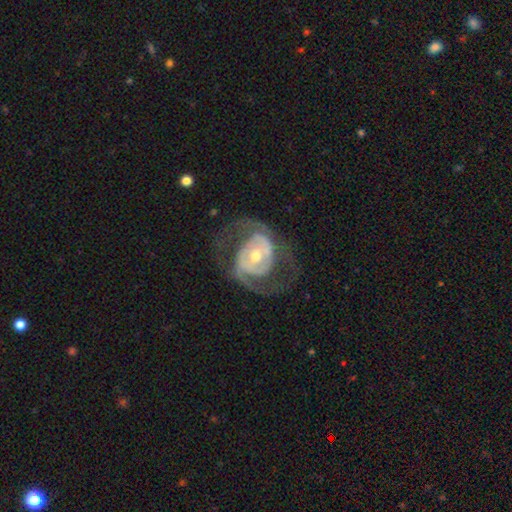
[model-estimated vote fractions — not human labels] smooth_or_featured: featured or disk (p=0.86) [alt: smooth p=0.09]
disk_edge_on: no (p=0.97) [alt: yes p=0.03]
bar: no (p=0.46) [alt: weak p=0.34]
has_spiral_arms: yes (p=0.88) [alt: no p=0.12]
spiral_winding: medium (p=0.49) [alt: tight p=0.31]
spiral_arm_count: 2 (p=0.79) [alt: can't tell p=0.09]
bulge_size: moderate (p=0.57) [alt: small p=0.37]
merging: none (p=0.61) [alt: major disturbance p=0.22]